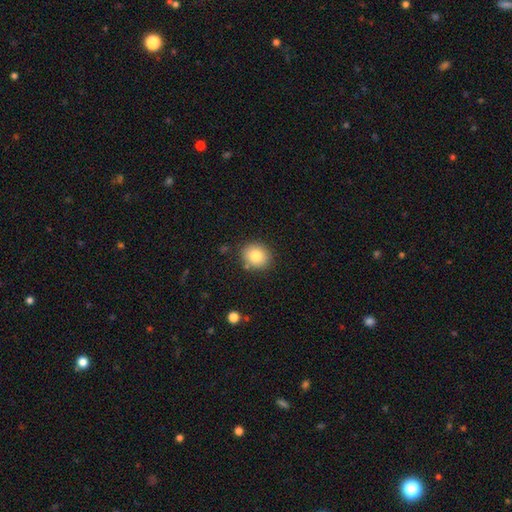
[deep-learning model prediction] smooth 82%, star or artifact 10%, featured or disk 8%. Down the decision tree: how rounded — round (75%); merging — none (84%).